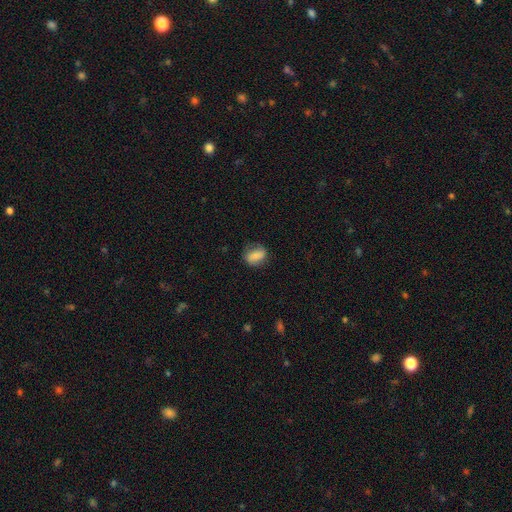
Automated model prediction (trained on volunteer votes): Overall: smooth (74%). How rounded: in between (70%). Merging: none (71%).